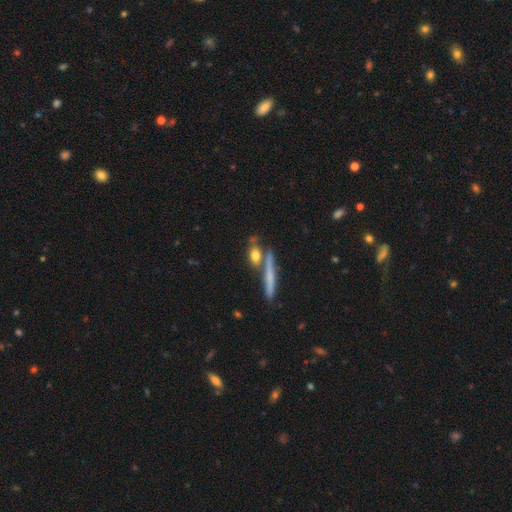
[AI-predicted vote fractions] The model was most divided on "how rounded" (2-way tie): cigar-shaped: 39%, in between: 39%, round: 23%. More confident: smooth or featured — smooth (70%); merging — none (62%).